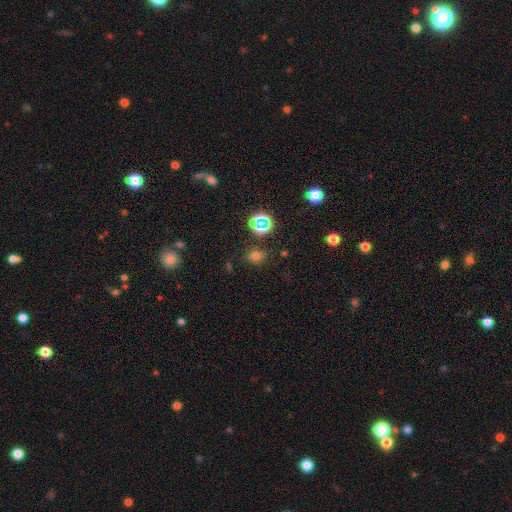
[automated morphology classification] Overall: smooth (68%). How rounded: round (69%; in between 30%). Merging: none (82%).